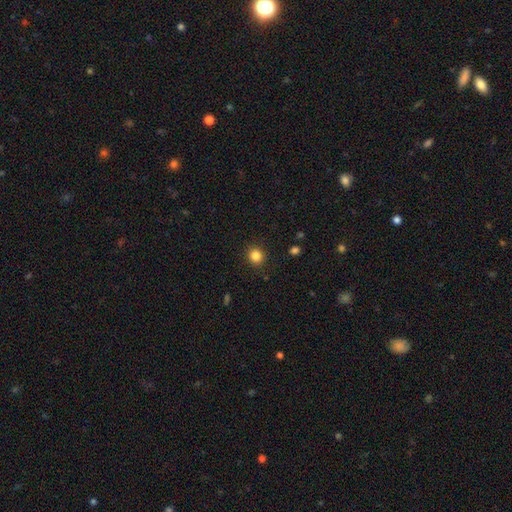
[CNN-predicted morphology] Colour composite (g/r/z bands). It shows a smooth galaxy with no disk features (84%) that is round (86%). Merging: none (90%).